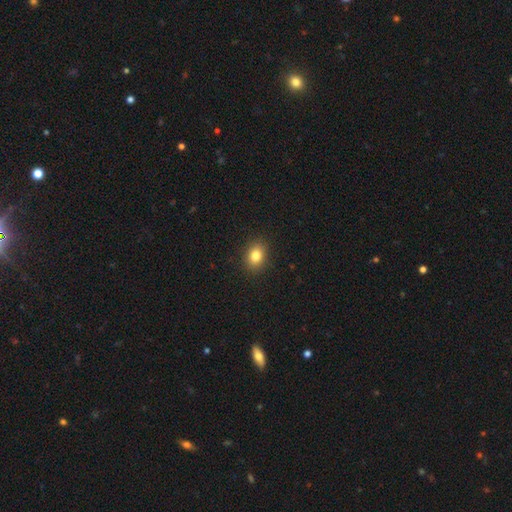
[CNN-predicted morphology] Overall: smooth (82%). How rounded: in between (57%; round 42%). Merging: none (90%).